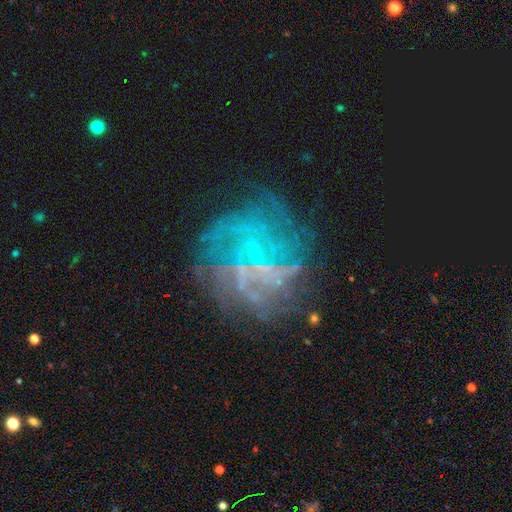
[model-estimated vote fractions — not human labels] smooth-or-featured: featured or disk: 67% | star or artifact: 18% | smooth: 15%
  disk-edge-on: no: 98% | yes: 2%
    bar: no: 65% | weak: 27% | strong: 8%
    has-spiral-arms: yes: 54% | no: 46%
    bulge-size: none: 54% | small: 37% | moderate: 7% | large: 1% | dominant: 1%
  merging: none: 61% | major disturbance: 20% | minor disturbance: 15% | merger: 4%